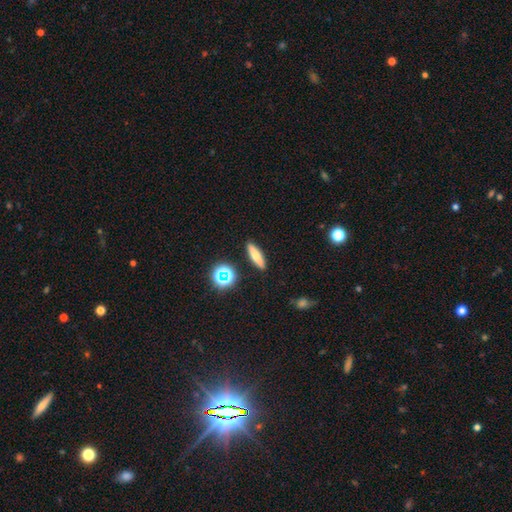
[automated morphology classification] This appears to be a smooth galaxy with no disk features (63%) that is cigar-shaped (69%). Merging: none (89%).